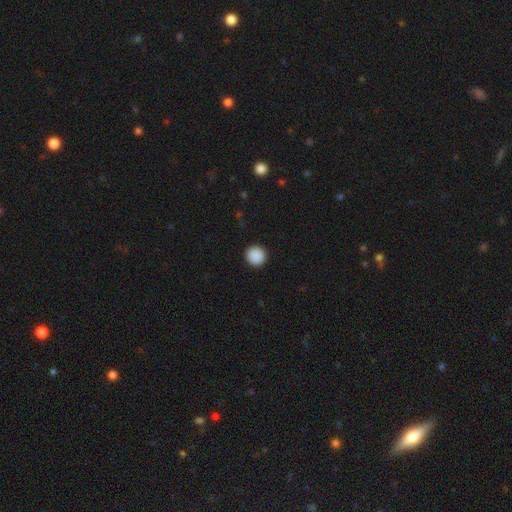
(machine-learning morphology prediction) Smooth or featured? smooth (90%)
How rounded? round (94%)
Merging? none (93%)